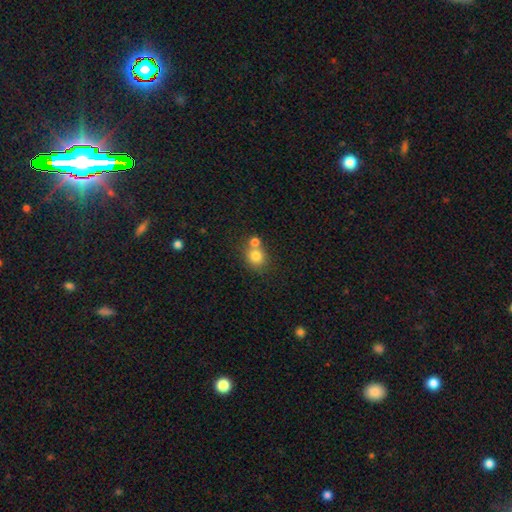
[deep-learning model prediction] This is likely a smooth galaxy (79%). How rounded: likely round (80%). Merging: possibly none (51%).